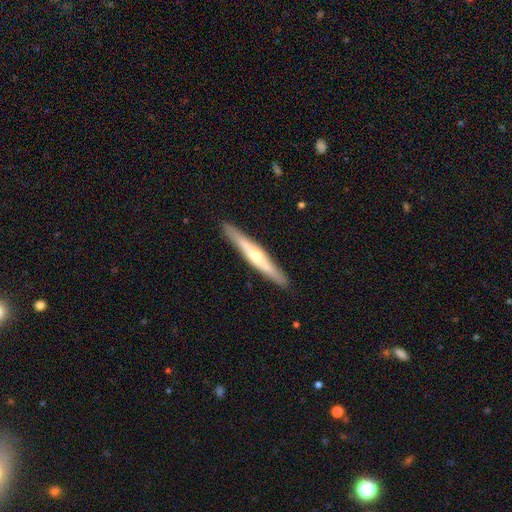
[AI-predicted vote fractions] A featured or disk galaxy (60%) viewed edge-on (95%) with a rounded central bulge (77%).

Vote fractions:
- Smooth or featured? featured or disk: 60% / smooth: 35% / star or artifact: 5%
- Edge-on disk? yes: 95% / no: 5%
- Edge-on bulge? rounded: 77% / none: 17% / boxy: 6%
- Merging? none: 91% / minor disturbance: 7% / major disturbance: 1% / merger: 1%